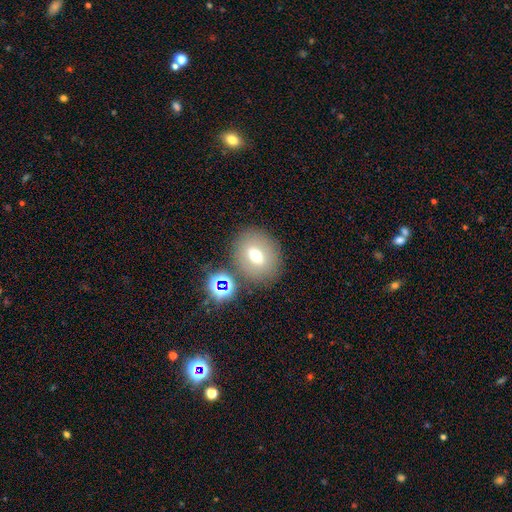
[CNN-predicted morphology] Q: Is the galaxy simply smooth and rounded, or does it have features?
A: smooth — 61%.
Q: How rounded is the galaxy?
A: round — 57%.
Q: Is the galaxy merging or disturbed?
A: none — 77%.